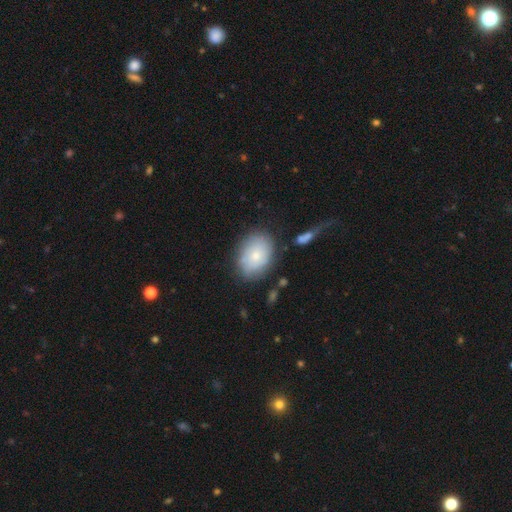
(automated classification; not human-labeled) smooth_or_featured: smooth (p=0.71) [alt: featured or disk p=0.22]
how_rounded: in between (p=0.73) [alt: round p=0.26]
merging: none (p=0.74) [alt: minor disturbance p=0.17]